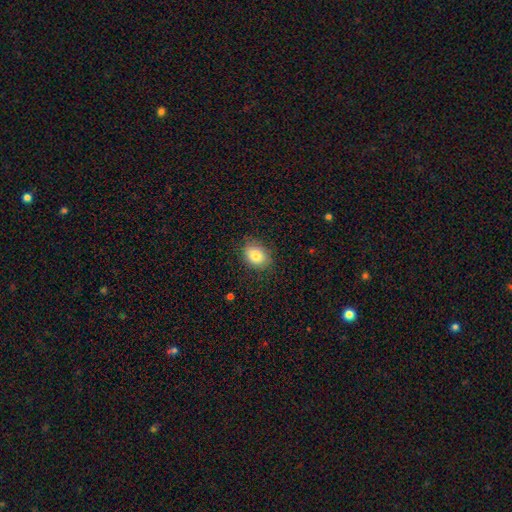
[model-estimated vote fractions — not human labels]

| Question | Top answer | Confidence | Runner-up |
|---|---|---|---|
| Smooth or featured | smooth | 81% | featured or disk (10%) |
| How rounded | in between | 62% | round (37%) |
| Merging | none | 81% | minor disturbance (14%) |